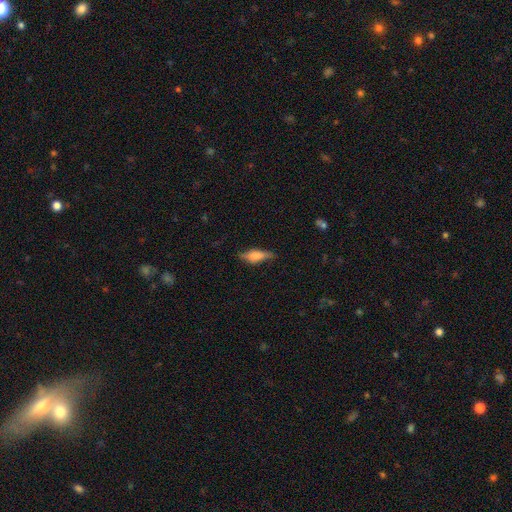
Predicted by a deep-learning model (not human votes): smooth 59%, featured or disk 33%, star or artifact 8%. Down the decision tree: how rounded — in between (60%); merging — none (66%).